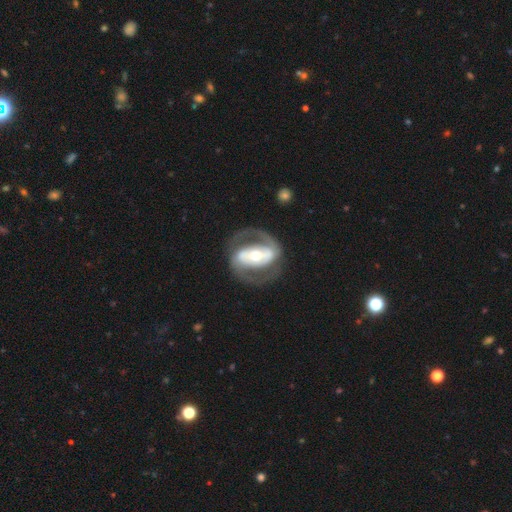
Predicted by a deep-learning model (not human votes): Smooth or featured? featured or disk (86%)
Edge-on disk? no (96%)
Bar? strong (61%)
Spiral arms? yes (83%)
Spiral winding? medium (49%)
Spiral arm count? 2 (89%)
Bulge size? moderate (63%)
Merging? none (76%)